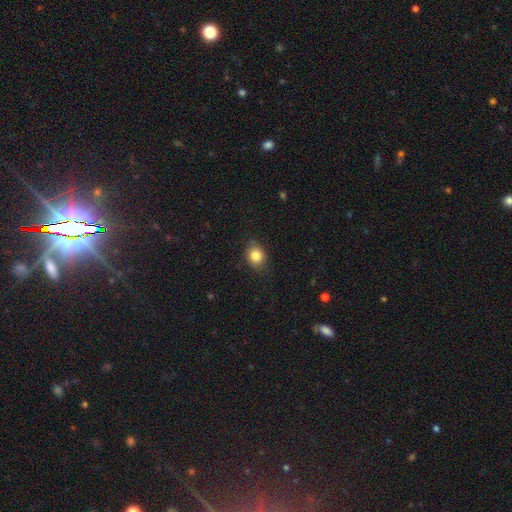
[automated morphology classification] smooth_or_featured: smooth (p=0.84) [alt: star or artifact p=0.10]
how_rounded: round (p=0.64) [alt: in between p=0.35]
merging: none (p=0.80) [alt: minor disturbance p=0.16]